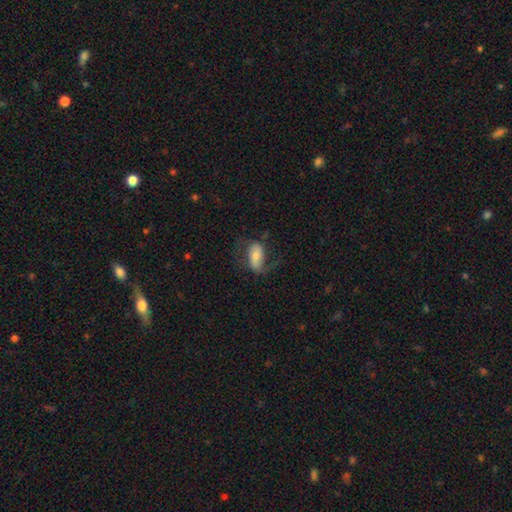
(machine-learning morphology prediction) Overall: featured or disk (54%; smooth 38%). Edge-on disk: no (94%). Bar: no (37%; strong 32%). Spiral arms: yes (84%). Bulge size: moderate (46%; small 34%). Merging: none (60%).